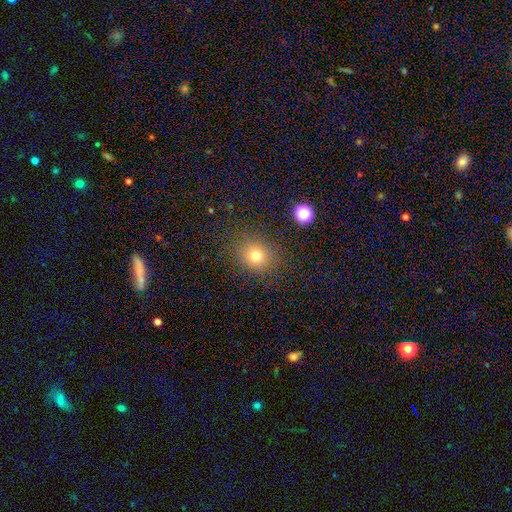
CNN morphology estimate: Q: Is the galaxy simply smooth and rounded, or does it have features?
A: smooth — 75%.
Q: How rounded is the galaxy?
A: round — 78%.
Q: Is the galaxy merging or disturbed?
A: none — 85%.